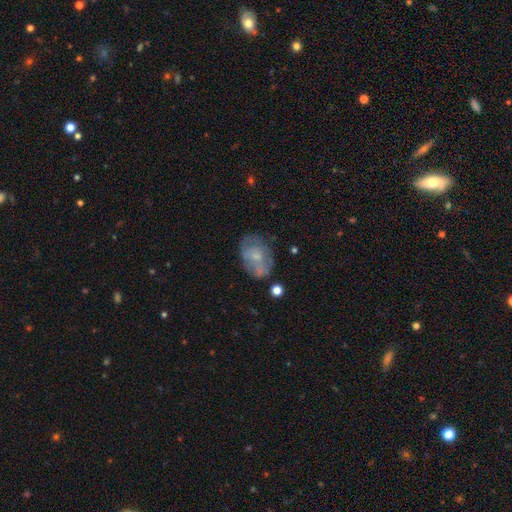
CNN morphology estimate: smooth-or-featured: smooth: 49% | featured or disk: 42% | star or artifact: 9%
  merging: none: 51% | minor disturbance: 26% | major disturbance: 15% | merger: 7%